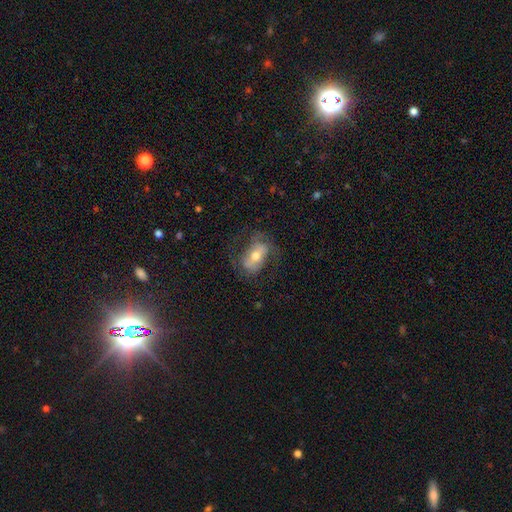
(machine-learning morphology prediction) Smooth or featured?
  - featured or disk: 58% *
  - smooth: 33%
  - star or artifact: 9%
Edge-on disk?
  - no: 91% *
  - yes: 9%
Bar?
  - weak: 34% *
  - strong: 33%
  - no: 33%
Spiral arms?
  - yes: 70% *
  - no: 30%
Bulge size?
  - moderate: 67% *
  - small: 23%
  - large: 8%
  - none: 1%
  - dominant: 1%
Merging?
  - none: 61% *
  - minor disturbance: 20%
  - major disturbance: 18%
  - merger: 2%